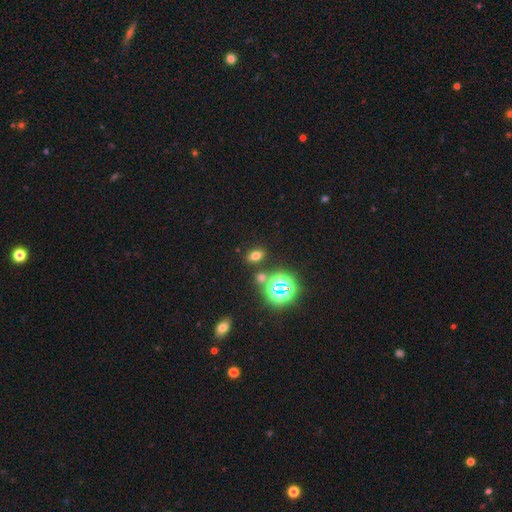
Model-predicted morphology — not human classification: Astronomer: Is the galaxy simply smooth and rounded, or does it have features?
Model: smooth — 60%.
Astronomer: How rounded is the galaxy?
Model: in between — 77%.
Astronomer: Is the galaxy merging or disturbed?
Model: none — 83%.